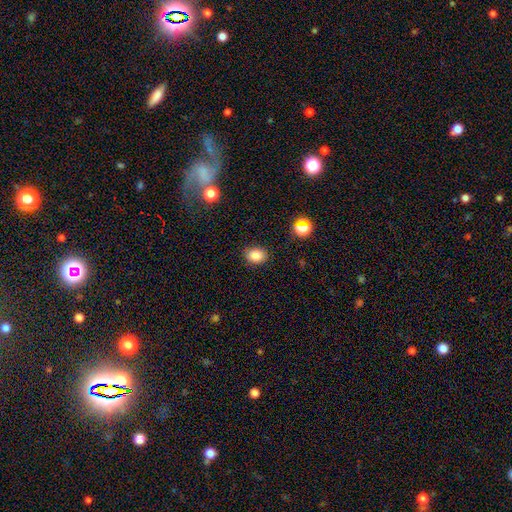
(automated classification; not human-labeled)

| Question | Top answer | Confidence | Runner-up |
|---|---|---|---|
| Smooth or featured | smooth | 84% | star or artifact (11%) |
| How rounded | in between | 59% | round (40%) |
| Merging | none | 86% | minor disturbance (10%) |